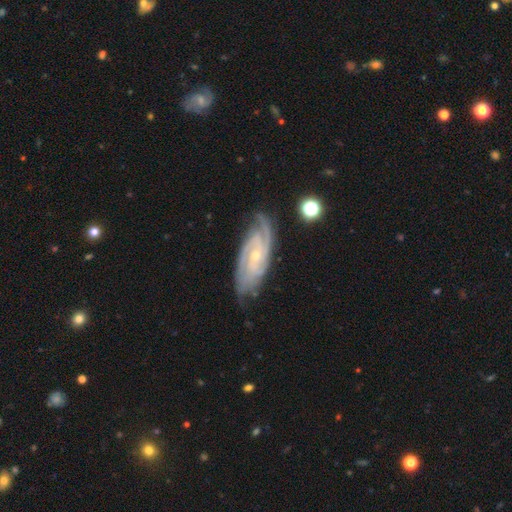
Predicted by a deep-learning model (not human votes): smooth_or_featured: featured or disk (p=0.90) [alt: smooth p=0.05]
disk_edge_on: no (p=0.94) [alt: yes p=0.06]
bar: no (p=0.60) [alt: weak p=0.31]
has_spiral_arms: yes (p=0.98) [alt: no p=0.02]
spiral_winding: tight (p=0.66) [alt: medium p=0.30]
spiral_arm_count: 3 (p=0.33) [alt: 2 p=0.27]
bulge_size: small (p=0.69) [alt: moderate p=0.28]
merging: none (p=0.75) [alt: minor disturbance p=0.19]